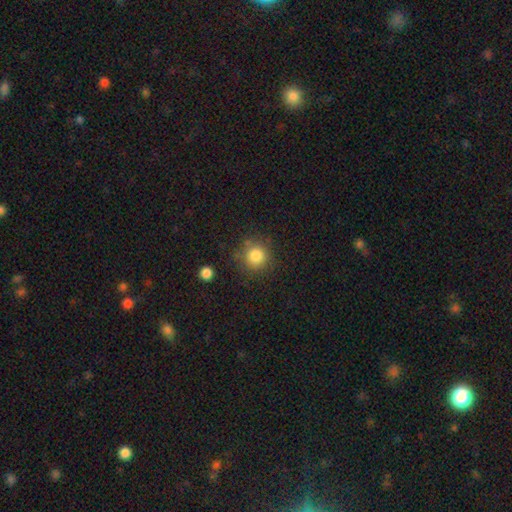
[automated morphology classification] smooth_or_featured: smooth (p=0.84) [alt: star or artifact p=0.11]
how_rounded: round (p=0.92) [alt: in between p=0.08]
merging: none (p=0.79) [alt: minor disturbance p=0.12]